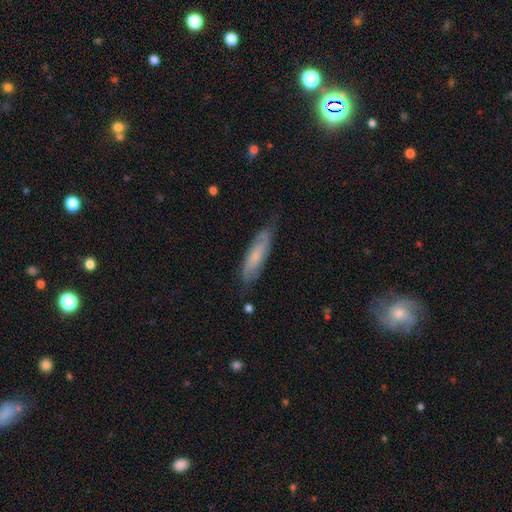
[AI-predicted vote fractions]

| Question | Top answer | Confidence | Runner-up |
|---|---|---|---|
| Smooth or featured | featured or disk | 48% | smooth (44%) |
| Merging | none | 70% | minor disturbance (23%) |